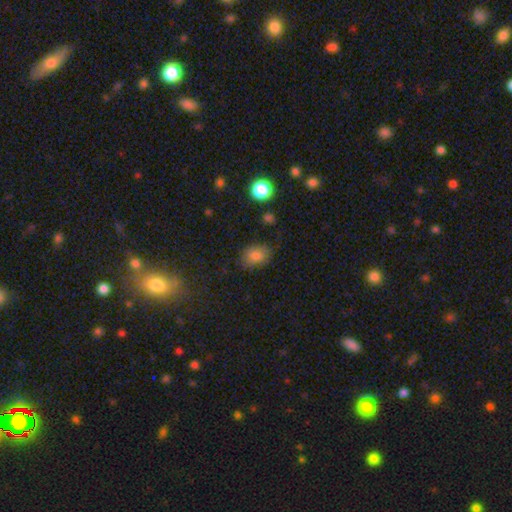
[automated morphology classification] Smooth or featured? smooth (80%)
How rounded? in between (77%)
Merging? none (71%)